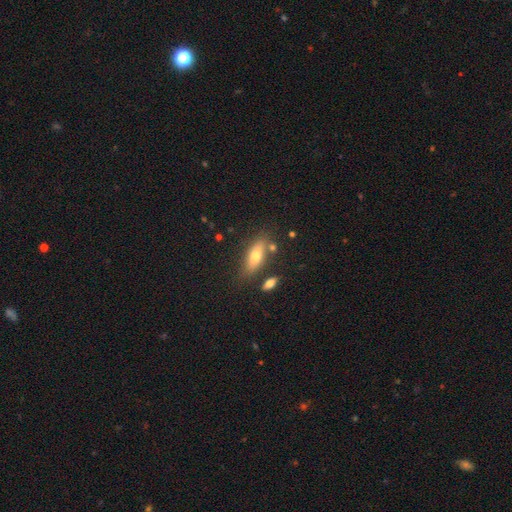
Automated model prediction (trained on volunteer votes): Q: Smooth or featured?
A: smooth (68%); runner-up: featured or disk (24%)
Q: How rounded?
A: in between (74%); runner-up: cigar-shaped (22%)
Q: Merging?
A: none (74%); runner-up: minor disturbance (14%)